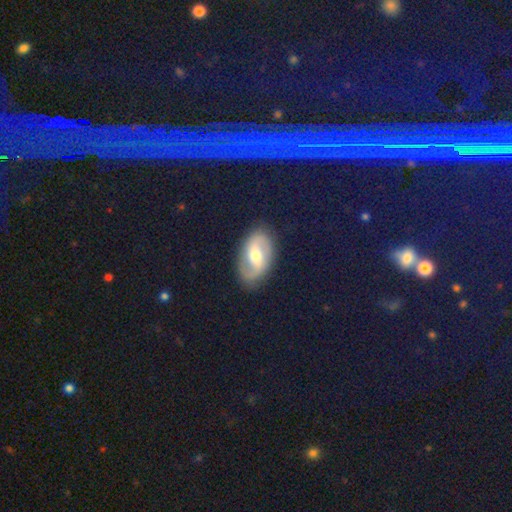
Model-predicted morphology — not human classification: type=featured or disk (76%); edge-on=no (97%); bar=weak (45%); spiral arms=yes (87%); winding=medium (43%); arm count=2 (92%); bulge=moderate (73%); merging=none (86%).